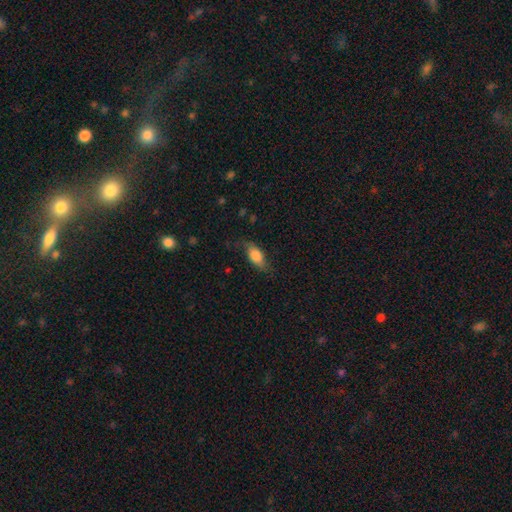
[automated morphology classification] This is likely a smooth galaxy (69%). How rounded: clearly in between (83%). Merging: likely none (63%).